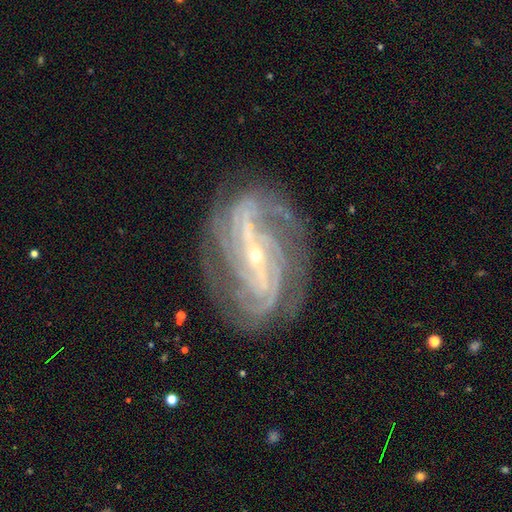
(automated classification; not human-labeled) This appears to be a featured or disk galaxy (91%) with a strong bar (51%), 4 (27%) tight (57%) spiral arms (98%) and a small central bulge (85%). Merging: none (74%).